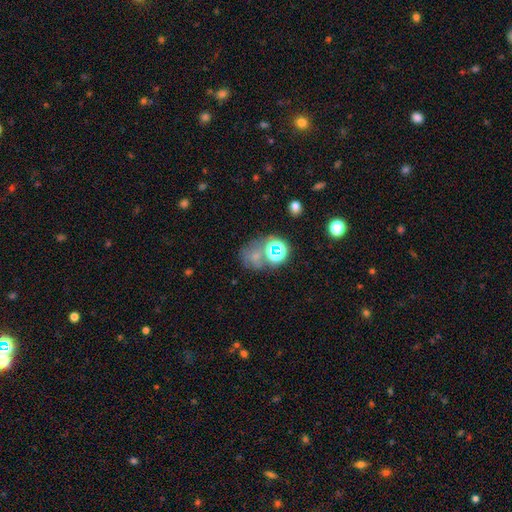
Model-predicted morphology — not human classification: smooth 45%, star or artifact 35%, featured or disk 20%. Down the decision tree: merging — none (44%).